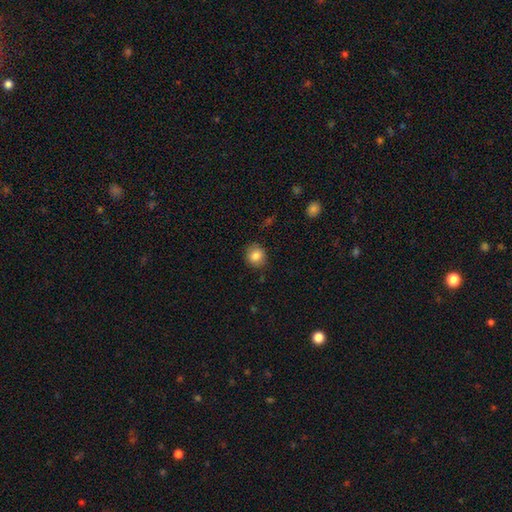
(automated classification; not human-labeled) smooth-or-featured: smooth: 85% | star or artifact: 9% | featured or disk: 6%
  how-rounded: round: 76% | in between: 23% | cigar-shaped: 1%
  merging: none: 84% | minor disturbance: 12% | major disturbance: 3% | merger: 1%